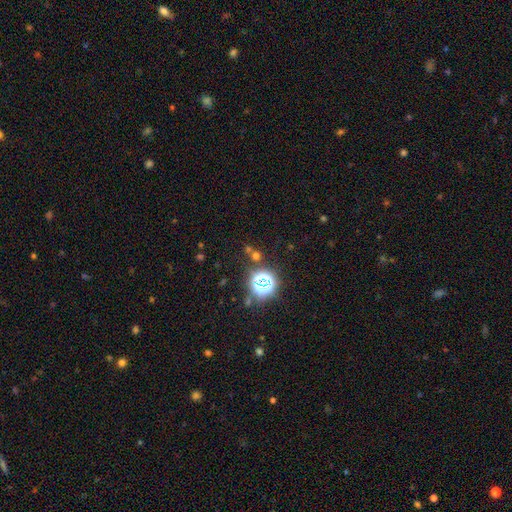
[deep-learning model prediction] Overall: star or artifact (54%; smooth 38%).